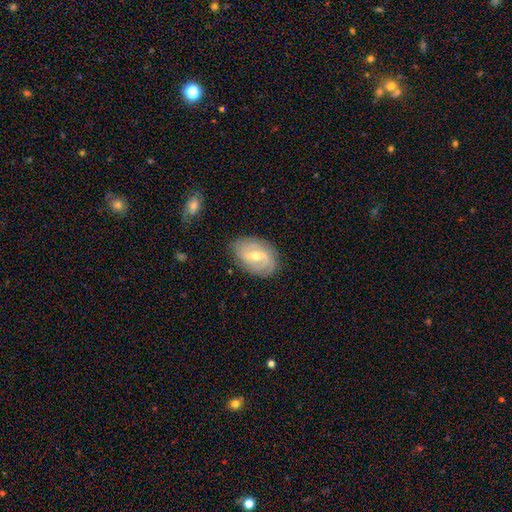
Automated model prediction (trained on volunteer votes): The model was most divided on "spiral winding": tight: 40%, medium: 39%, loose: 21%. More confident: edge-on disk — no (95%); spiral arms — yes (87%); merging — none (79%); smooth or featured — featured or disk (77%); spiral arm count — 2 (62%); bulge size — moderate (59%); bar — weak (52%).